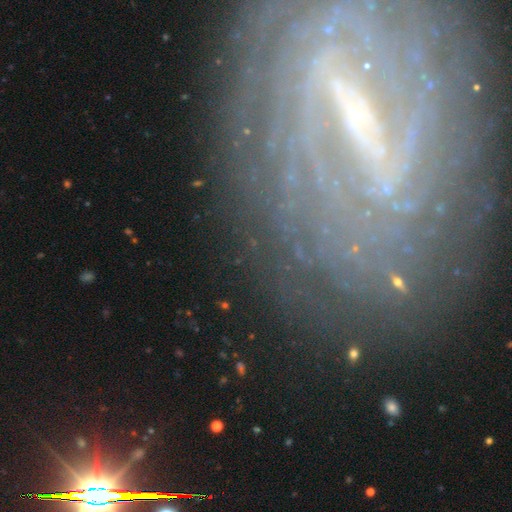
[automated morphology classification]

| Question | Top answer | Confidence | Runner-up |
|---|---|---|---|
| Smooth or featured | featured or disk | 81% | star or artifact (11%) |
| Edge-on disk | no | 93% | yes (7%) |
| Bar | strong | 59% | weak (28%) |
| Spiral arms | yes | 89% | no (11%) |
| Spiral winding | tight | 68% | medium (23%) |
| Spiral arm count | can't tell | 38% | 2 (23%) |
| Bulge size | small | 54% | moderate (21%) |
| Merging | none | 77% | minor disturbance (14%) |